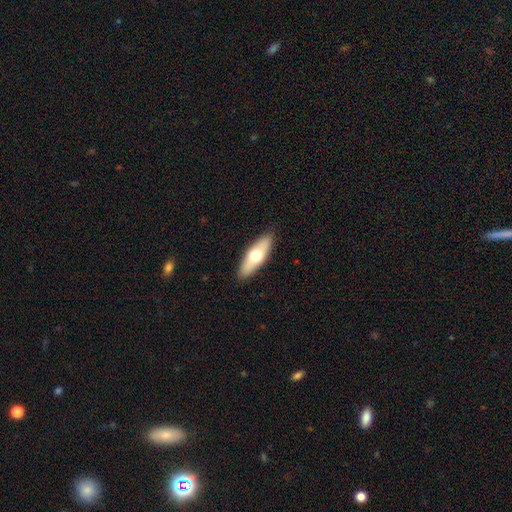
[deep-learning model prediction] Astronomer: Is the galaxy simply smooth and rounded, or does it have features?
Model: smooth — 57% (runner-up: featured or disk, 38%).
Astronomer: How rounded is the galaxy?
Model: in between — 59% (runner-up: cigar-shaped, 39%).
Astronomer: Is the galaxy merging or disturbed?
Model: none — 88%.